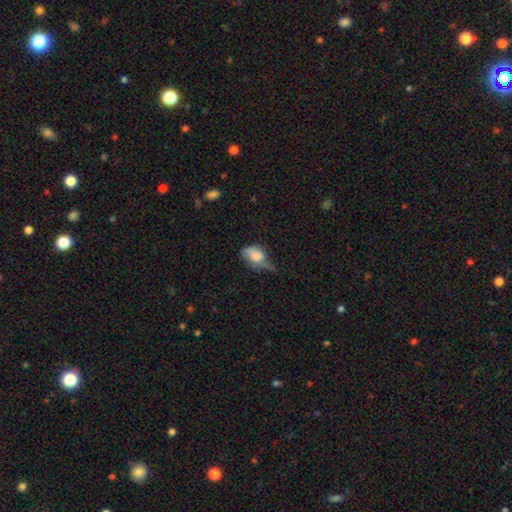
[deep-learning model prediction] Q: Smooth or featured?
A: smooth (71%); runner-up: featured or disk (21%)
Q: How rounded?
A: in between (77%); runner-up: round (21%)
Q: Merging?
A: minor disturbance (41%); runner-up: major disturbance (31%)